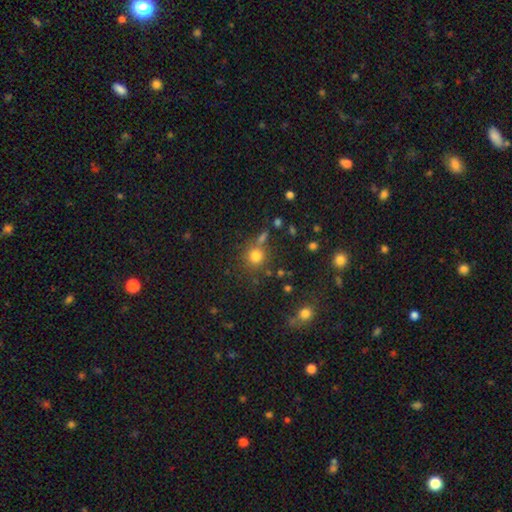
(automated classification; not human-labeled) A smooth galaxy with no disk features (77%) that is round (89%). Merging: none (70%).